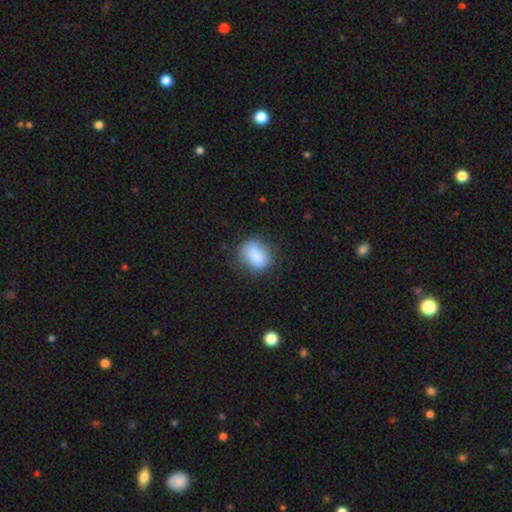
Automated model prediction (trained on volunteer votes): The model was most divided on "how rounded": in between: 62%, round: 37%, cigar-shaped: 2%. More confident: smooth or featured — smooth (84%); merging — none (72%).